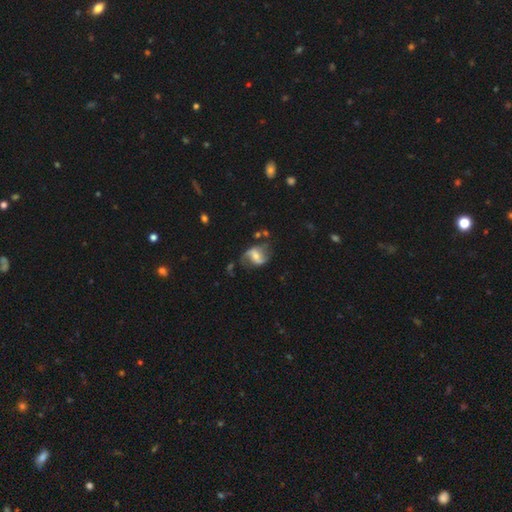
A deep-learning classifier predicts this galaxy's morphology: A featured or disk galaxy (70%) with a weak bar (42%), 2 (81%) loose (56%) spiral arms (87%) and a moderate central bulge (45%).

Vote fractions:
- Smooth or featured? featured or disk: 70% / smooth: 22% / star or artifact: 8%
- Edge-on disk? no: 97% / yes: 3%
- Bar? weak: 42% / strong: 33% / no: 25%
- Spiral arms? yes: 87% / no: 13%
- Spiral winding? loose: 56% / medium: 34% / tight: 11%
- Spiral arm count? 2: 81% / 1: 10% / can't tell: 6% / 3: 1% / 4: 1% / more than 4: 1%
- Bulge size? moderate: 45% / small: 38% / large: 8% / none: 7% / dominant: 2%
- Merging? none: 54% / minor disturbance: 23% / major disturbance: 18% / merger: 5%